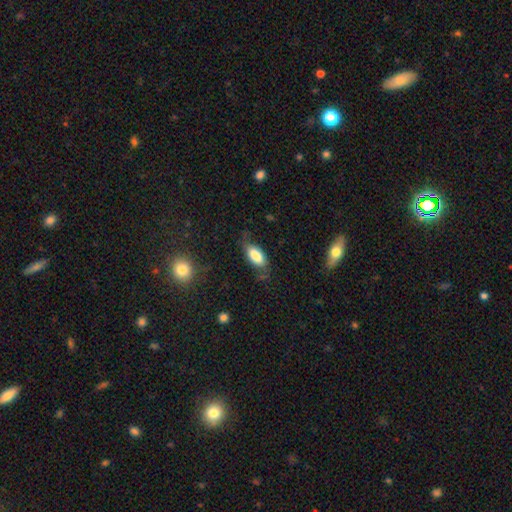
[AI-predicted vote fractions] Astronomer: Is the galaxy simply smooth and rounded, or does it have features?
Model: smooth — 79%.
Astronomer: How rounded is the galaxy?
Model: in between — 88%.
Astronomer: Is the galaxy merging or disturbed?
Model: none — 62%.